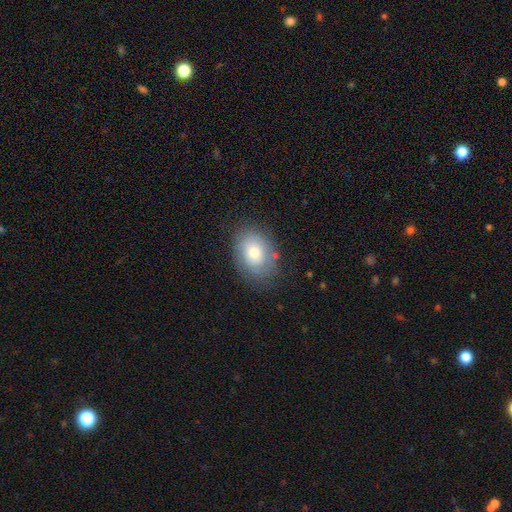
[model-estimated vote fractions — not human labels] Morphology: type=smooth (63%); roundness=in between (70%); merging=none (78%).